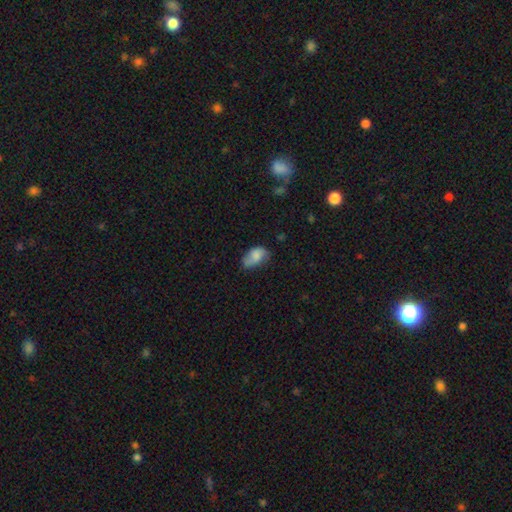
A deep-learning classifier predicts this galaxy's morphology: Overall: smooth (71%). How rounded: in between (89%). Merging: none (48%; minor disturbance 35%).